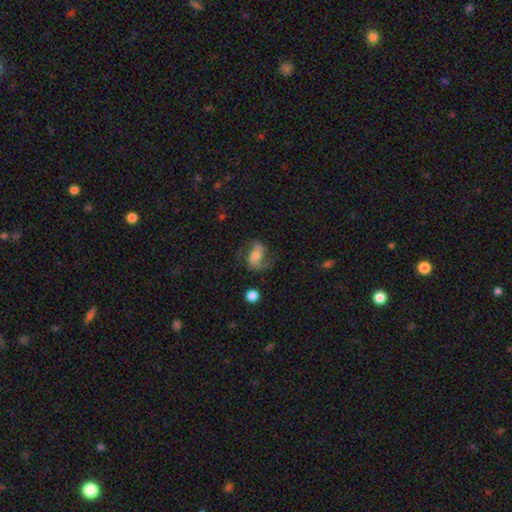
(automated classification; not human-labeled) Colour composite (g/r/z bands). It shows a featured or disk galaxy (79%) with no bar (44%), 2 (91%) loose (48%) spiral arms (96%) and a moderate central bulge (54%). Merging: none (70%).